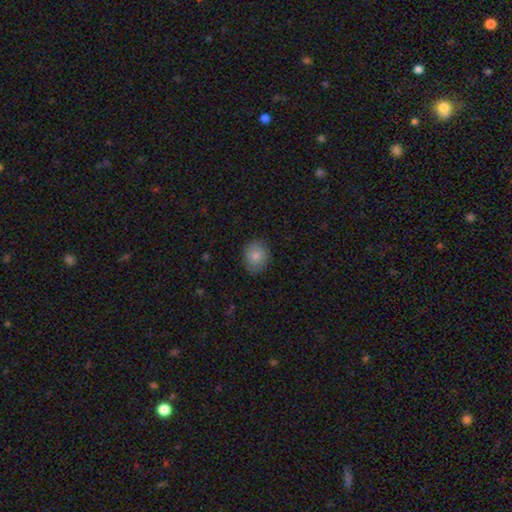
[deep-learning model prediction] Q: Smooth or featured?
A: smooth (83%); runner-up: featured or disk (9%)
Q: How rounded?
A: round (54%); runner-up: in between (45%)
Q: Merging?
A: none (83%); runner-up: minor disturbance (13%)